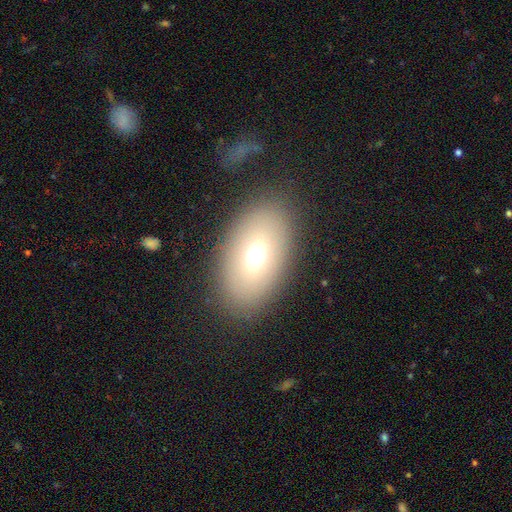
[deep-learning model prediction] smooth 67%, featured or disk 20%, star or artifact 13%. Down the decision tree: how rounded — in between (87%); merging — none (84%).